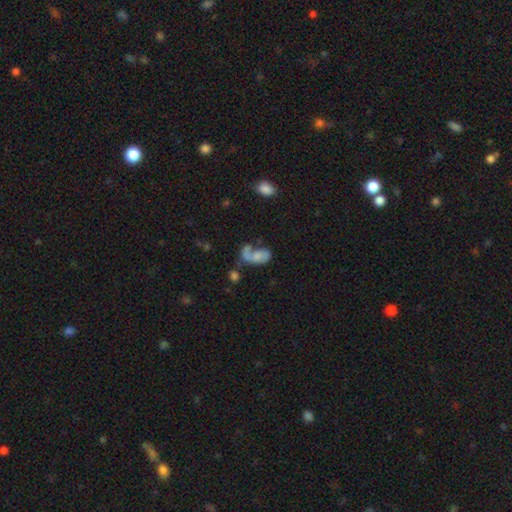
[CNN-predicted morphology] Smooth or featured?
  - featured or disk: 45% *
  - smooth: 43%
  - star or artifact: 12%
Merging?
  - major disturbance: 34% *
  - merger: 27%
  - none: 24%
  - minor disturbance: 15%